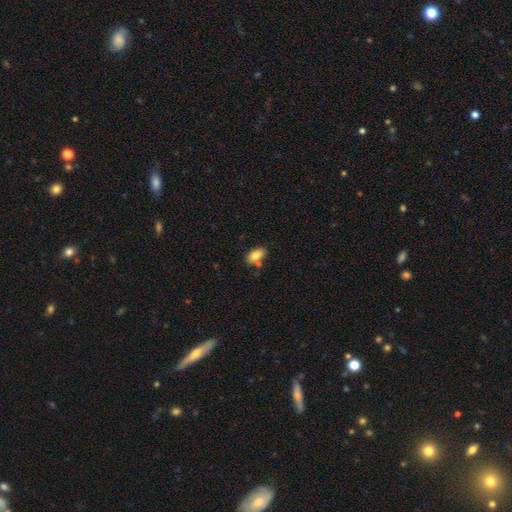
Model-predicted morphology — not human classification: The model was most divided on "merging": none: 71%, minor disturbance: 15%, merger: 10%, major disturbance: 3%. More confident: how rounded — in between (91%); smooth or featured — smooth (82%).